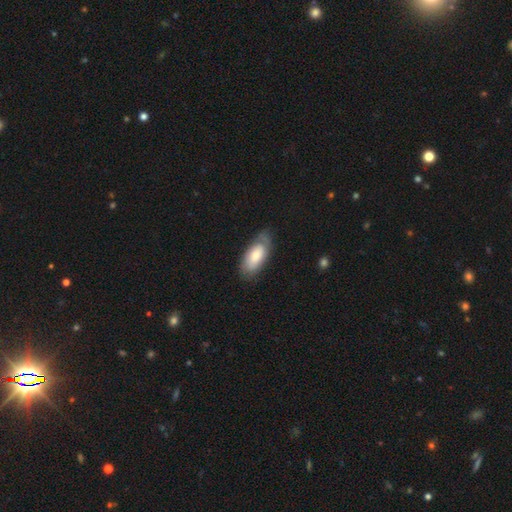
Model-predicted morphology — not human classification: Overall: smooth (66%; featured or disk 29%). How rounded: in between (89%). Merging: none (64%; minor disturbance 25%).